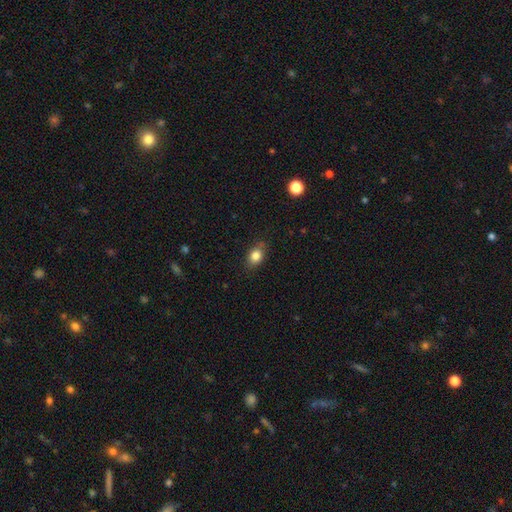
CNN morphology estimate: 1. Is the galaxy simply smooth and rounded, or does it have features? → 83% smooth, 9% star or artifact, 8% featured or disk.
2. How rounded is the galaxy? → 70% in between, 28% round, 2% cigar-shaped.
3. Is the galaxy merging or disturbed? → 81% none, 15% minor disturbance, 3% major disturbance, 1% merger.